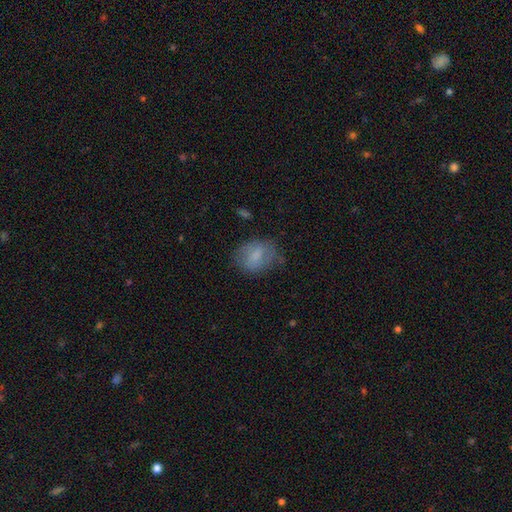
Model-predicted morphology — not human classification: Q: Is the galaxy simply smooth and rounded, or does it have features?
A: smooth — 66%.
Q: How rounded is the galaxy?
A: in between — 59%.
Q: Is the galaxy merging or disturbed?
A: none — 68%.